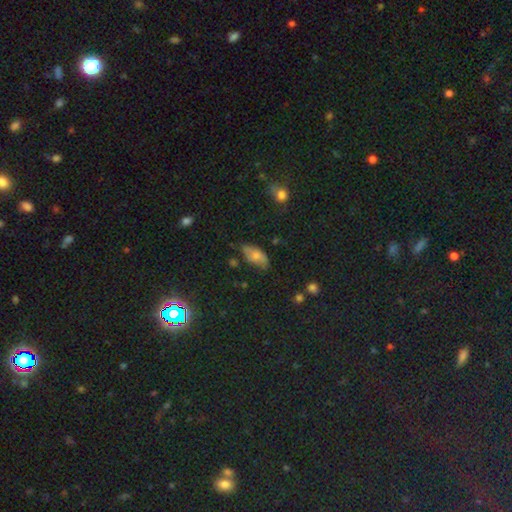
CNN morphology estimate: Overall: smooth (65%). How rounded: in between (89%). Merging: none (62%; minor disturbance 27%).